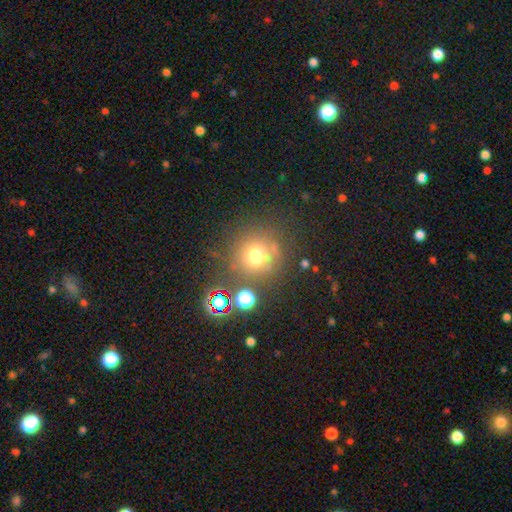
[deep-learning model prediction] smooth-or-featured: smooth: 68% | star or artifact: 21% | featured or disk: 11%
  how-rounded: round: 94% | in between: 5% | cigar-shaped: 1%
  merging: none: 77% | minor disturbance: 10% | merger: 7% | major disturbance: 6%